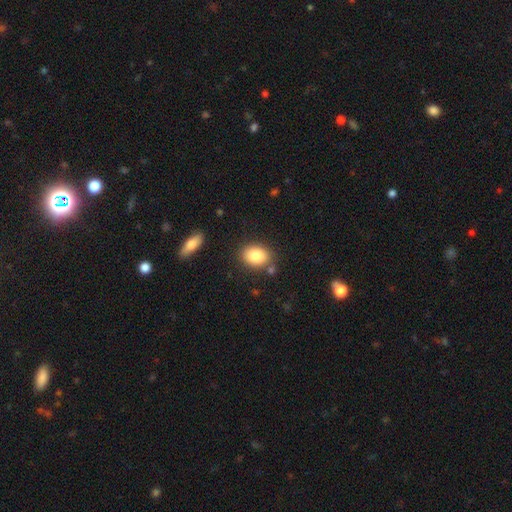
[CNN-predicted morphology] A smooth galaxy with no disk features (85%) that is in between round and cigar-shaped (69%).

Vote fractions:
- Smooth or featured? smooth: 85% / star or artifact: 8% / featured or disk: 8%
- How rounded? in between: 69% / round: 30% / cigar-shaped: 1%
- Merging? none: 79% / minor disturbance: 11% / merger: 6% / major disturbance: 3%